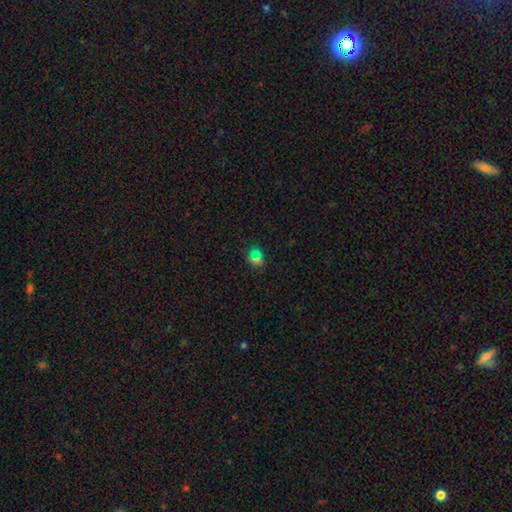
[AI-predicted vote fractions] A smooth galaxy with no disk features (62%) that is round (70%). Merging: none (82%).